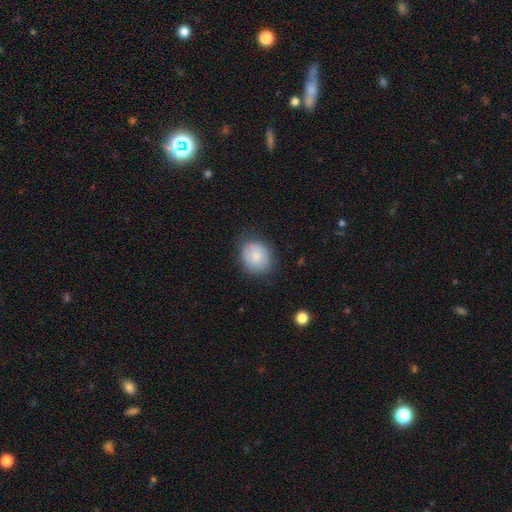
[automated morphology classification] type=smooth (79%); roundness=round (65%); merging=none (72%).